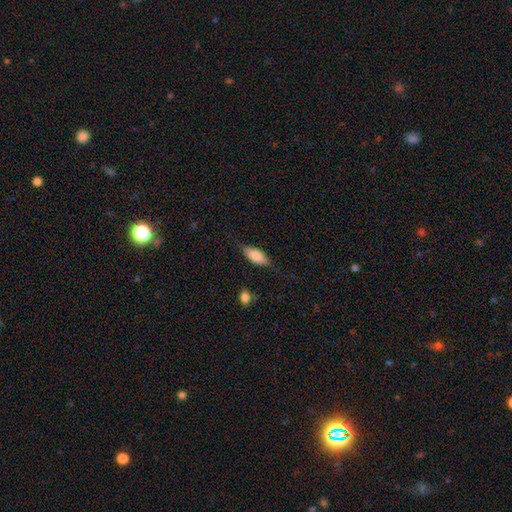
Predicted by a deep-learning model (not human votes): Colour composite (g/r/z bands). It shows a smooth galaxy with no disk features (77%) that is in between round and cigar-shaped (75%). Merging: none (74%).